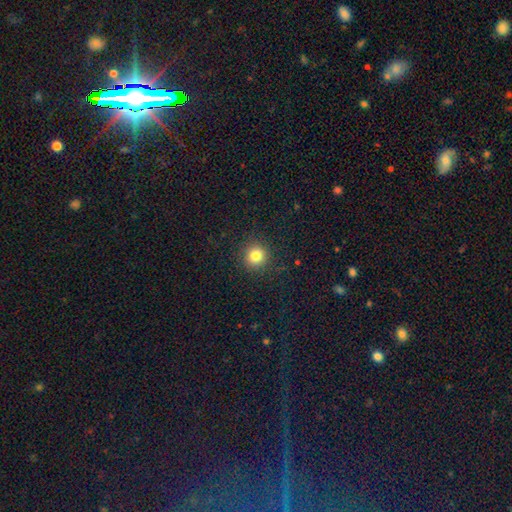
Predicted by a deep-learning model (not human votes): Overall: smooth (82%). How rounded: round (94%). Merging: none (91%).